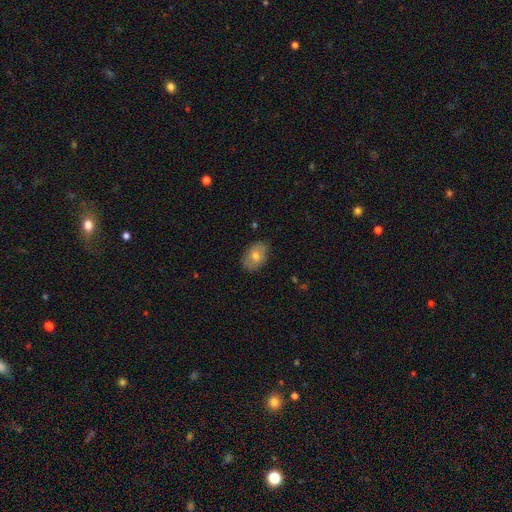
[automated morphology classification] Overall: smooth (65%; featured or disk 26%). How rounded: in between (78%). Merging: none (80%).